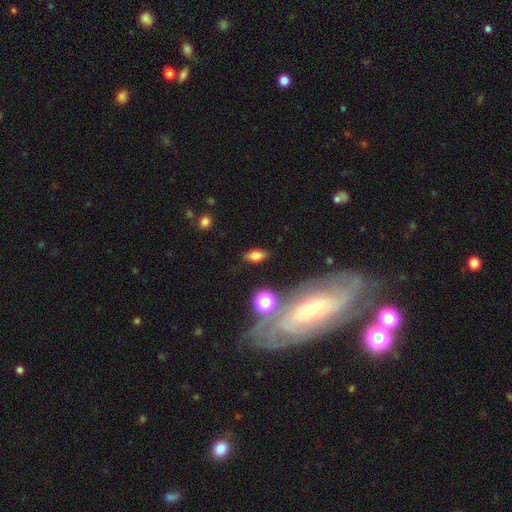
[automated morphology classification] Q: Smooth or featured?
A: smooth (74%); runner-up: star or artifact (13%)
Q: How rounded?
A: in between (86%); runner-up: round (8%)
Q: Merging?
A: none (83%); runner-up: minor disturbance (11%)